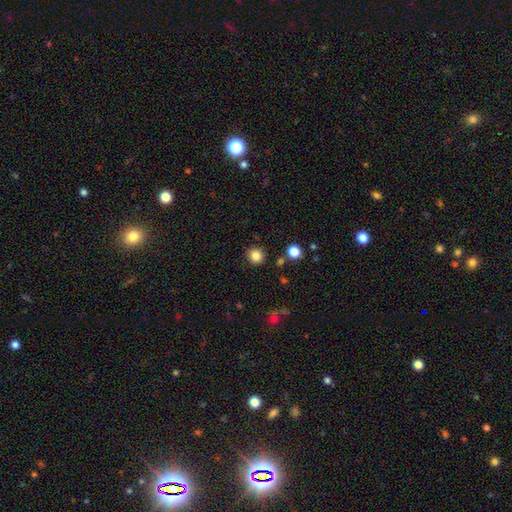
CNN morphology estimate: Smooth or featured?
  - smooth: 84% *
  - star or artifact: 11%
  - featured or disk: 5%
How rounded?
  - round: 92% *
  - in between: 7%
  - cigar-shaped: 1%
Merging?
  - none: 88% *
  - minor disturbance: 7%
  - merger: 3%
  - major disturbance: 2%